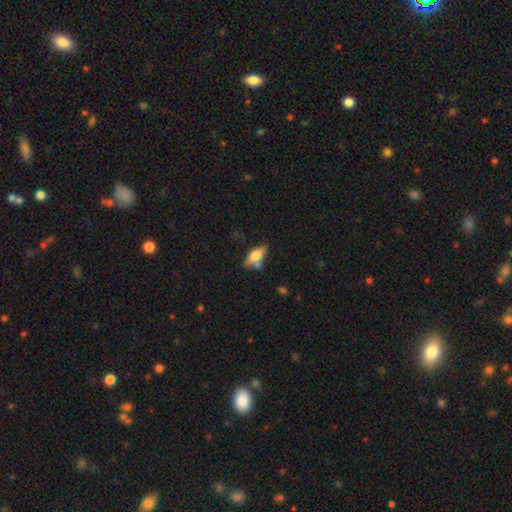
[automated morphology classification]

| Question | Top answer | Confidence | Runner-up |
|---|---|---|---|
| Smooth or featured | smooth | 62% | featured or disk (31%) |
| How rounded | in between | 69% | cigar-shaped (27%) |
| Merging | none | 65% | minor disturbance (17%) |